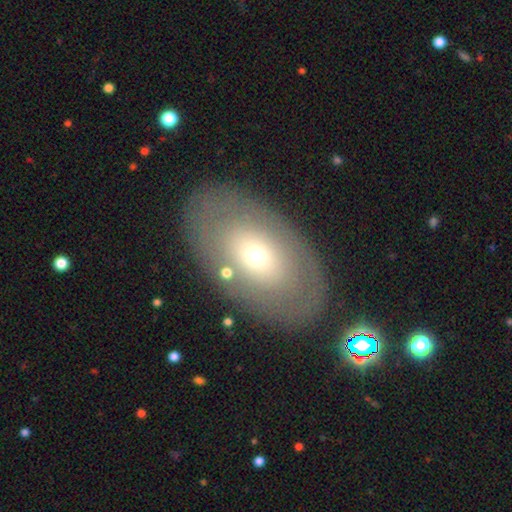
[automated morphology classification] smooth_or_featured: smooth (p=0.48) [alt: featured or disk p=0.44]
merging: none (p=0.78) [alt: minor disturbance p=0.13]